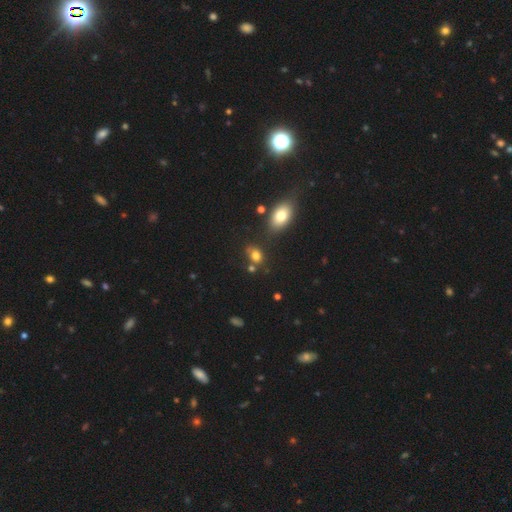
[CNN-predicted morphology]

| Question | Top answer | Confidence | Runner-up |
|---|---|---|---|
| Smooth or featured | smooth | 76% | star or artifact (14%) |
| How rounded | in between | 62% | round (36%) |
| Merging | none | 57% | minor disturbance (18%) |